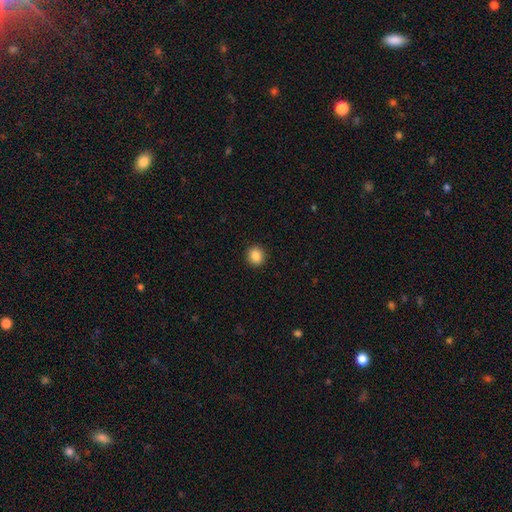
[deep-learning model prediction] smooth-or-featured: smooth: 87% | star or artifact: 9% | featured or disk: 4%
  how-rounded: round: 84% | in between: 15% | cigar-shaped: 1%
  merging: none: 93% | minor disturbance: 5% | major disturbance: 2% | merger: 1%